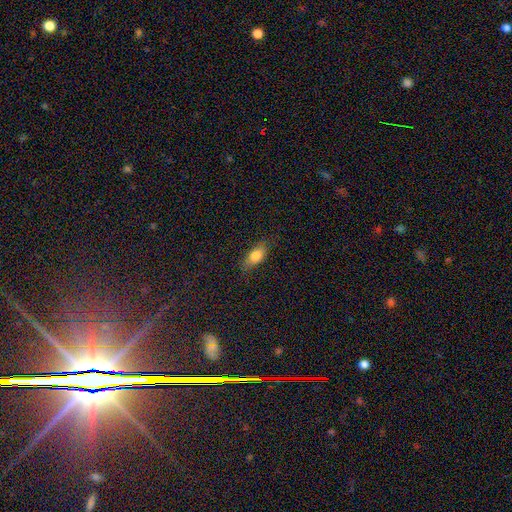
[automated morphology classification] The model was most divided on "merging": none: 80%, minor disturbance: 15%, major disturbance: 4%, merger: 1%. More confident: how rounded — in between (81%); smooth or featured — smooth (78%).